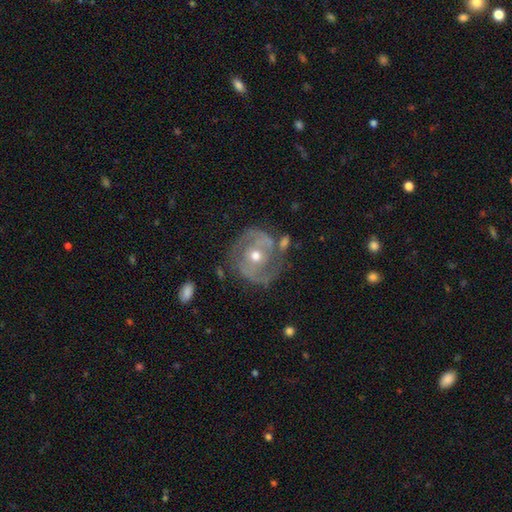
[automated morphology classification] Q: Smooth or featured?
A: featured or disk (82%); runner-up: smooth (12%)
Q: Edge-on disk?
A: no (97%); runner-up: yes (3%)
Q: Bar?
A: no (61%); runner-up: weak (27%)
Q: Spiral arms?
A: yes (84%); runner-up: no (16%)
Q: Spiral winding?
A: tight (48%); runner-up: medium (39%)
Q: Spiral arm count?
A: 2 (72%); runner-up: can't tell (13%)
Q: Bulge size?
A: moderate (74%); runner-up: small (20%)
Q: Merging?
A: none (67%); runner-up: minor disturbance (18%)